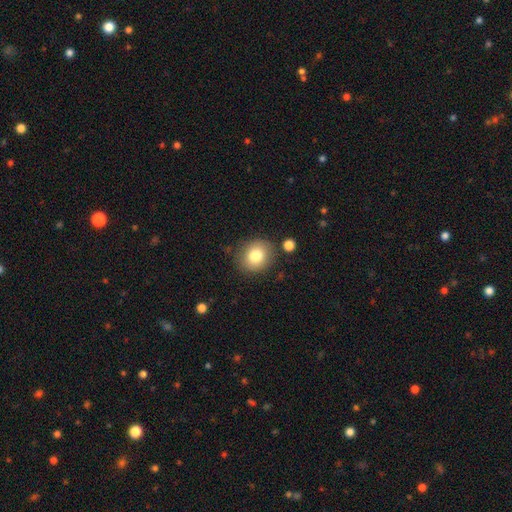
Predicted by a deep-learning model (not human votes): Smooth or featured: smooth — 80% (featured or disk — 10%)
How rounded: round — 74% (in between — 25%)
Merging: none — 82% (minor disturbance — 11%)